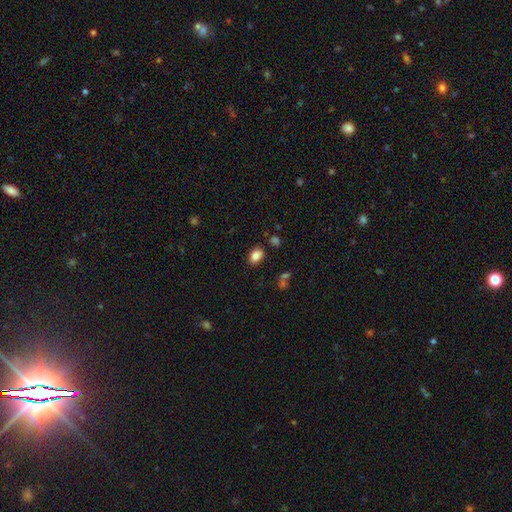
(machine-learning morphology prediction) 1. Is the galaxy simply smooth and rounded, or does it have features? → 84% smooth, 9% star or artifact, 6% featured or disk.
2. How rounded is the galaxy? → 82% in between, 17% round, 1% cigar-shaped.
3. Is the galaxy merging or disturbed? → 83% none, 11% minor disturbance, 3% merger, 3% major disturbance.